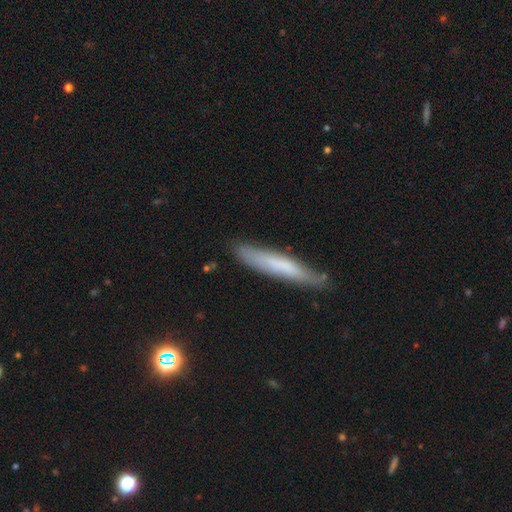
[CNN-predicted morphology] Q: Smooth or featured?
A: smooth (54%); runner-up: featured or disk (38%)
Q: How rounded?
A: cigar-shaped (92%); runner-up: in between (7%)
Q: Merging?
A: none (80%); runner-up: minor disturbance (16%)